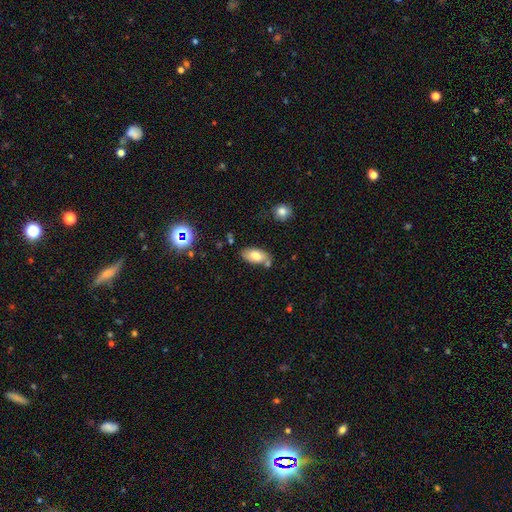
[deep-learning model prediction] Q: Smooth or featured?
A: smooth (75%); runner-up: featured or disk (16%)
Q: How rounded?
A: in between (92%); runner-up: cigar-shaped (4%)
Q: Merging?
A: none (66%); runner-up: minor disturbance (18%)